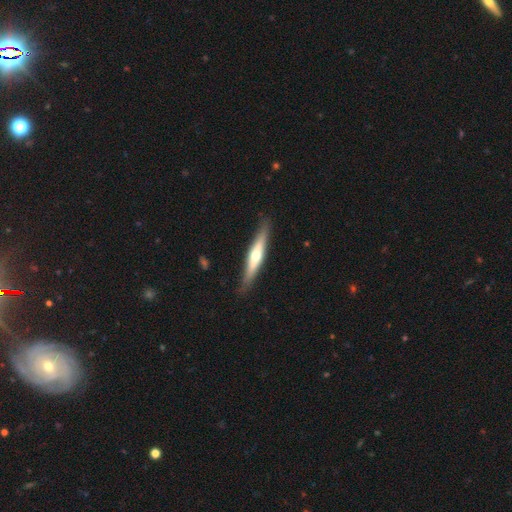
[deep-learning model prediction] Smooth or featured?
  - featured or disk: 59% *
  - smooth: 36%
  - star or artifact: 5%
Edge-on disk?
  - yes: 94% *
  - no: 6%
Edge-on bulge?
  - rounded: 87% *
  - none: 8%
  - boxy: 5%
Merging?
  - none: 86% *
  - minor disturbance: 10%
  - major disturbance: 2%
  - merger: 1%